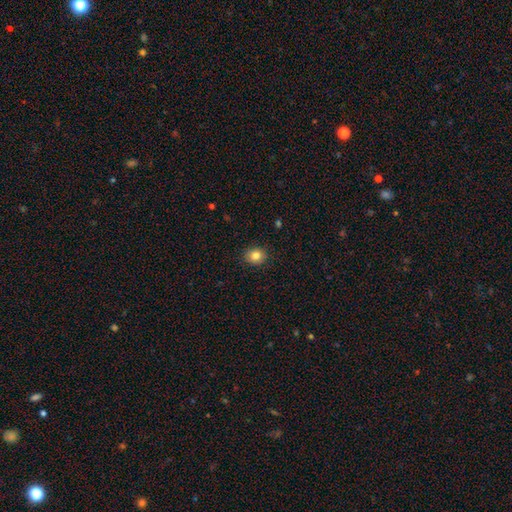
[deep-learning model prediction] Overall: smooth (83%). How rounded: round (70%). Merging: none (90%).